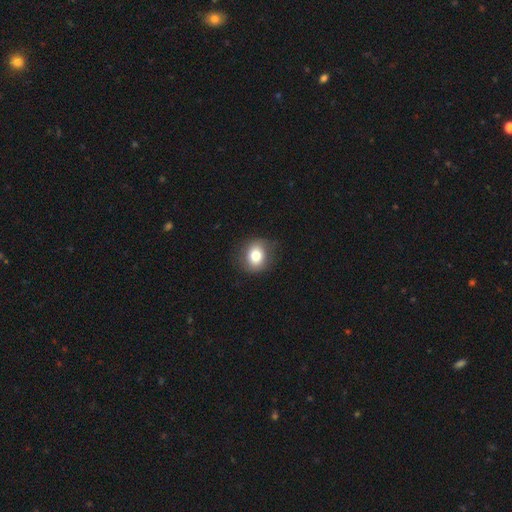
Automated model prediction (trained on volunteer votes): Morphology: type=smooth (78%); roundness=round (68%); merging=none (82%).